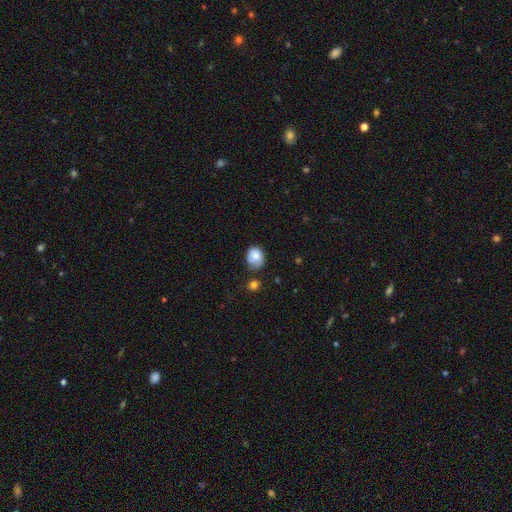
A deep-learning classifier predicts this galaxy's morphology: smooth 76%, featured or disk 16%, star or artifact 9%. Down the decision tree: how rounded — round (54%); merging — none (55%).